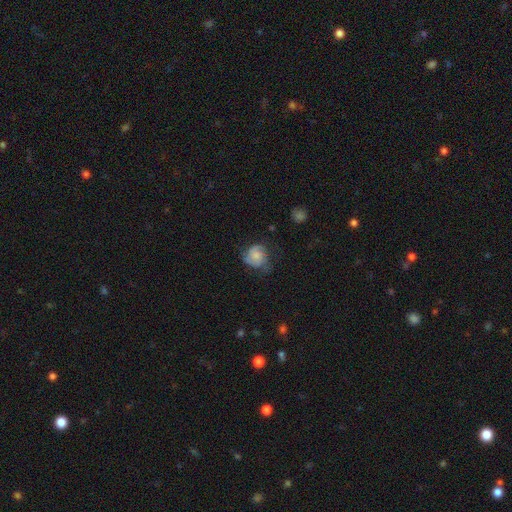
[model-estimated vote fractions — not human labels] Smooth or featured: featured or disk — 50% (smooth — 41%)
Edge-on disk: no — 98% (yes — 2%)
Merging: none — 51% (minor disturbance — 29%)